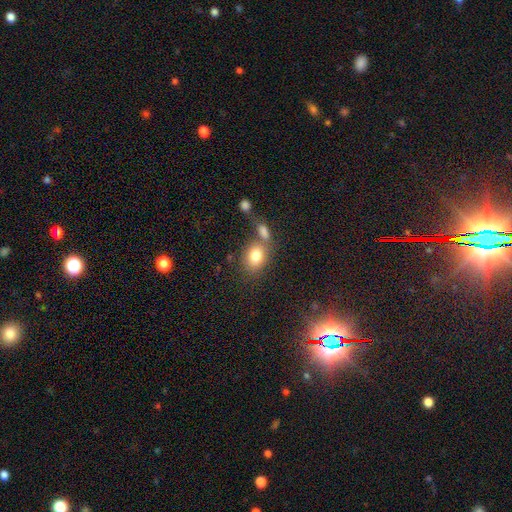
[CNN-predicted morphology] Overall: smooth (80%). How rounded: in between (66%; round 33%). Merging: none (52%; merger 29%).